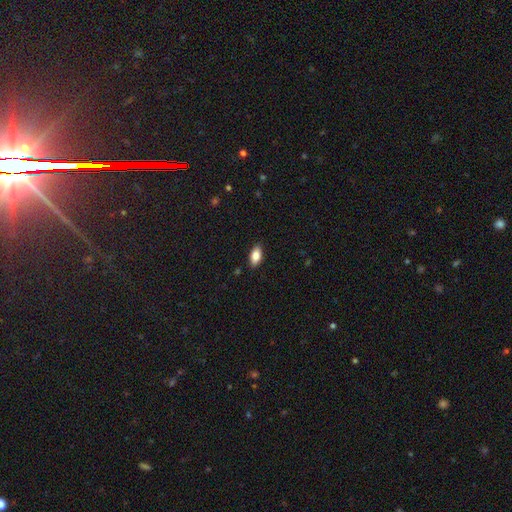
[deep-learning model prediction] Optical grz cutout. It shows a smooth galaxy with no disk features (85%) that is in between round and cigar-shaped (91%). Merging: none (87%).